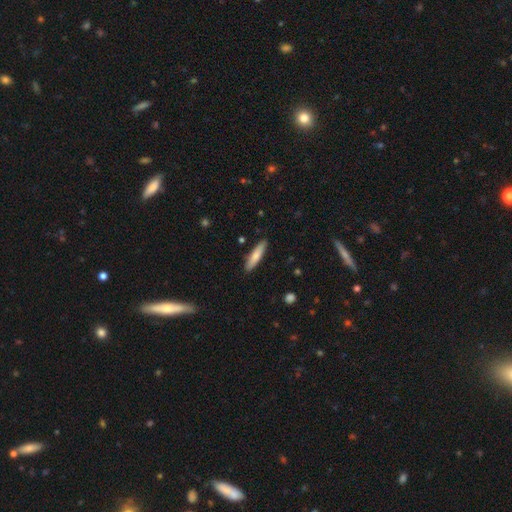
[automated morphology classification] smooth 75%, featured or disk 20%, star or artifact 6%. Down the decision tree: how rounded — cigar-shaped (78%); merging — none (89%).